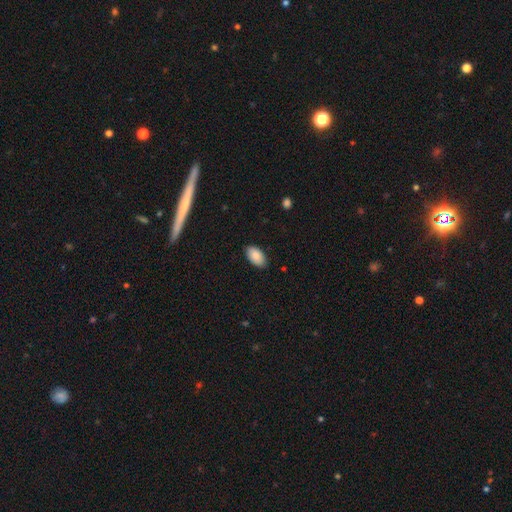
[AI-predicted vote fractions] This is clearly a smooth galaxy (87%). How rounded: clearly in between (95%). Merging: clearly none (86%).